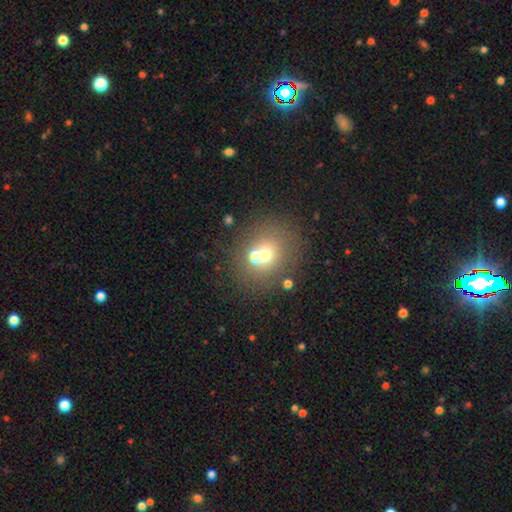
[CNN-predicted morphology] This is likely a smooth galaxy (61%). How rounded: clearly round (82%). Merging: possibly none (53%).